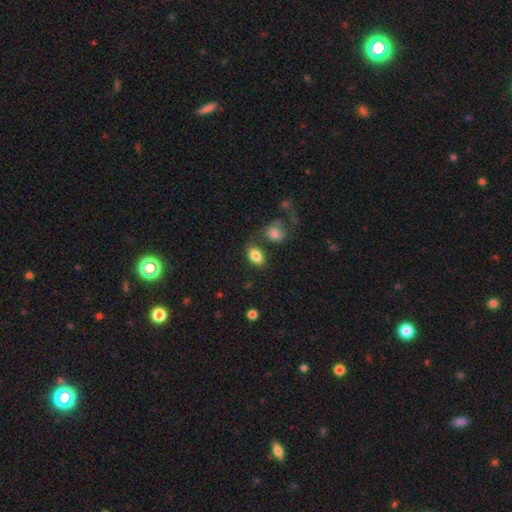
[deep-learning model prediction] Smooth or featured? Predicted: smooth (p=0.84). How rounded? Predicted: in between (p=0.82). Merging? Predicted: none (p=0.67).